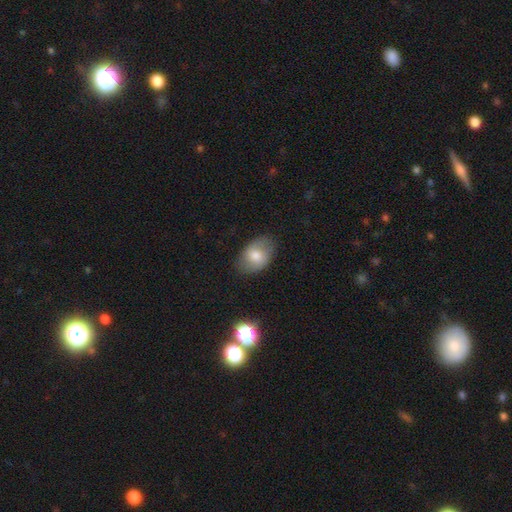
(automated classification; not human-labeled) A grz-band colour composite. It shows a smooth galaxy with no disk features (72%) that is in between round and cigar-shaped (85%). Merging: none (79%).